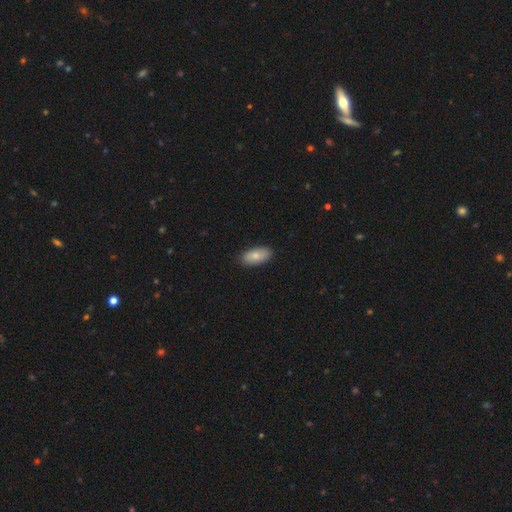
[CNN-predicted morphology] A smooth galaxy with no disk features (79%) that is in between round and cigar-shaped (90%).

Vote fractions:
- Smooth or featured? smooth: 79% / featured or disk: 14% / star or artifact: 6%
- How rounded? in between: 90% / cigar-shaped: 8% / round: 3%
- Merging? none: 87% / minor disturbance: 10% / major disturbance: 2% / merger: 1%